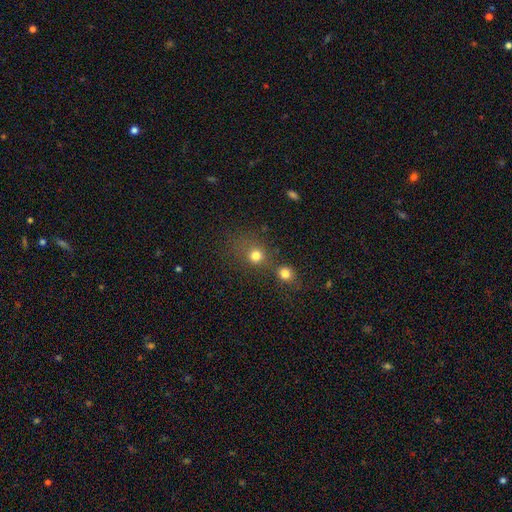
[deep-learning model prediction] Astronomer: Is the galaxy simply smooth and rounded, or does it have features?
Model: smooth — 76%.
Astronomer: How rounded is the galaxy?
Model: round — 83%.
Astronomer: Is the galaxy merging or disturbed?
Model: none — 52% (runner-up: merger, 33%).